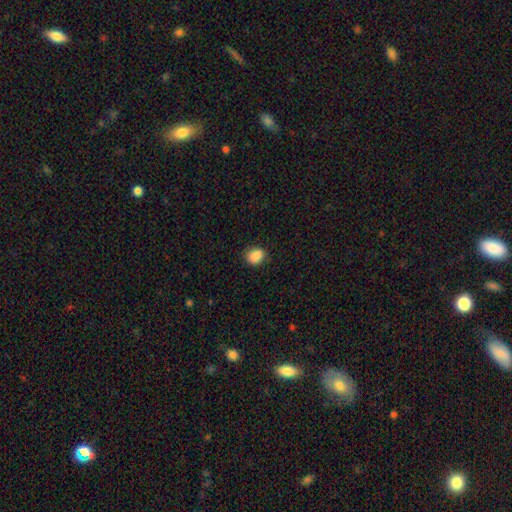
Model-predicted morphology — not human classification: smooth_or_featured: smooth (p=0.88) [alt: star or artifact p=0.09]
how_rounded: round (p=0.61) [alt: in between p=0.38]
merging: none (p=0.82) [alt: minor disturbance p=0.14]